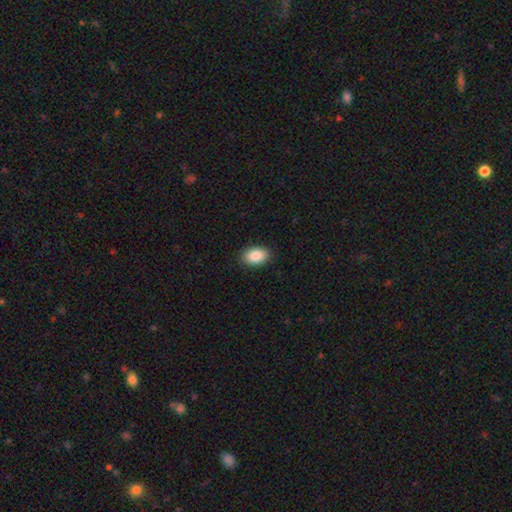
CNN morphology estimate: Smooth or featured: smooth — 88% (star or artifact — 7%)
How rounded: in between — 87% (round — 11%)
Merging: none — 89% (minor disturbance — 8%)